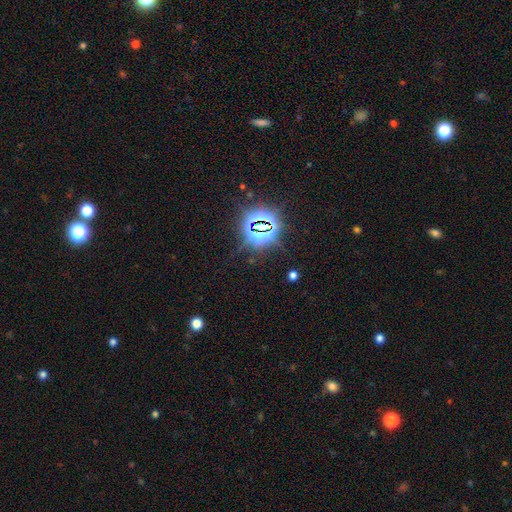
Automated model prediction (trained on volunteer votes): A star or artifact, not a galaxy (81%).